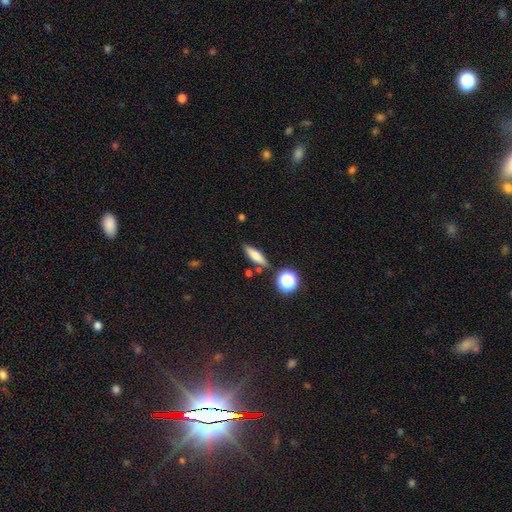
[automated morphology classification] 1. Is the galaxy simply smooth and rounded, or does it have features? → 69% smooth, 20% featured or disk, 11% star or artifact.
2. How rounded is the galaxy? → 55% cigar-shaped, 37% in between, 7% round.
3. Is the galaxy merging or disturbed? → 79% none, 12% minor disturbance, 6% merger, 3% major disturbance.